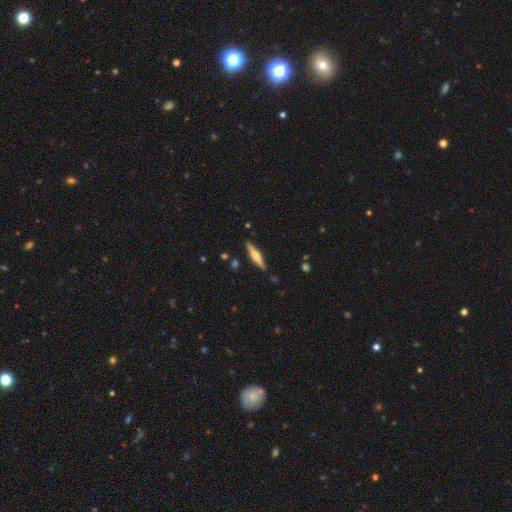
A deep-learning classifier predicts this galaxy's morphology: This is possibly a featured or disk galaxy (54%). It is clearly viewed edge-on (96%). Edge-on bulge: clearly rounded (81%). Merging: clearly none (89%).